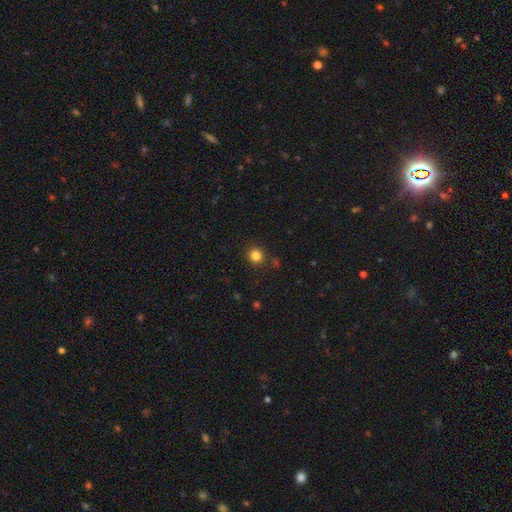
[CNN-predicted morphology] smooth_or_featured: smooth (p=0.82) [alt: star or artifact p=0.13]
how_rounded: round (p=0.92) [alt: in between p=0.07]
merging: none (p=0.87) [alt: minor disturbance p=0.08]